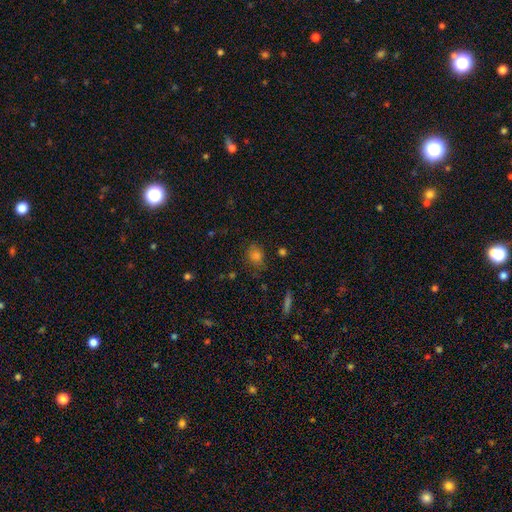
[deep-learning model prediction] Smooth or featured? Predicted: smooth (p=0.69). How rounded? Predicted: round (p=0.50). Merging? Predicted: none (p=0.75).